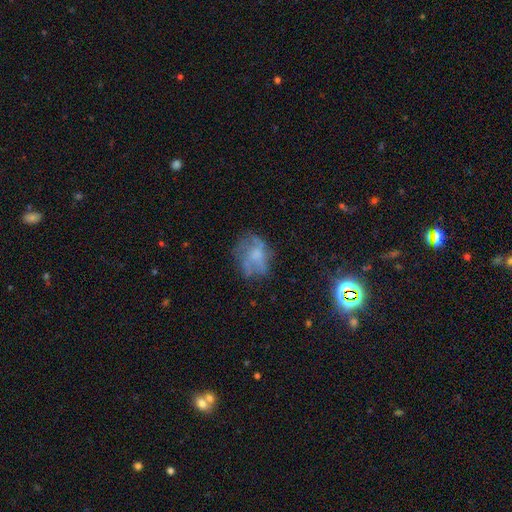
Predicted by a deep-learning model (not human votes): smooth_or_featured: featured or disk (p=0.51) [alt: smooth p=0.33]
disk_edge_on: no (p=0.97) [alt: yes p=0.03]
merging: none (p=0.52) [alt: minor disturbance p=0.22]